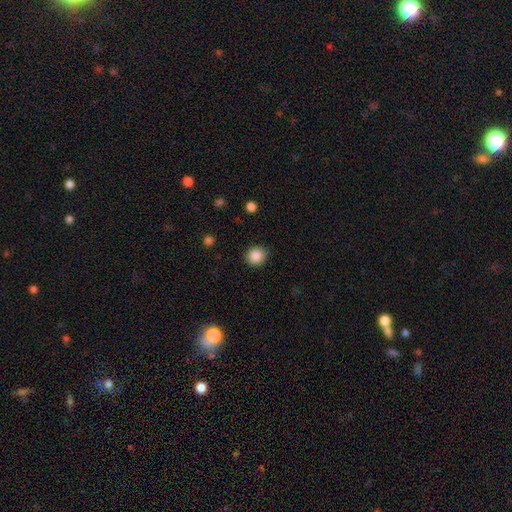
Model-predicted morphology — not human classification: type=smooth (87%); roundness=round (82%); merging=none (87%).